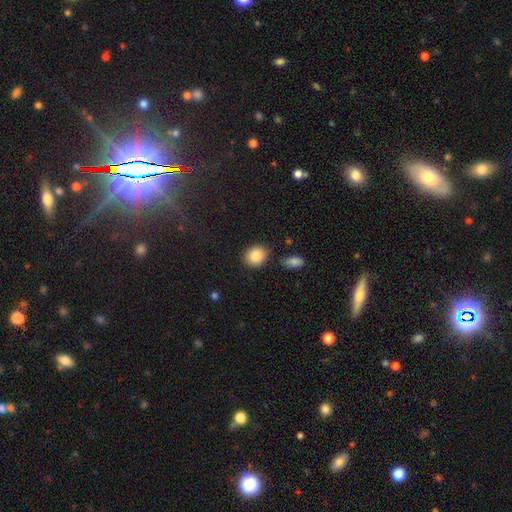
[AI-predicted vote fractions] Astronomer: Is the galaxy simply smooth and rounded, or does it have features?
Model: smooth — 86%.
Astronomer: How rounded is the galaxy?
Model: round — 53% (runner-up: in between, 46%).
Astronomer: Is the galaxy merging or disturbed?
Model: none — 84%.